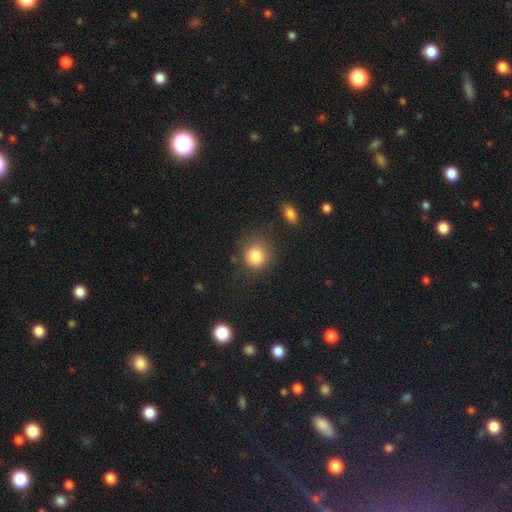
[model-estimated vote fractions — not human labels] Morphology: type=smooth (83%); roundness=round (83%); merging=none (75%).